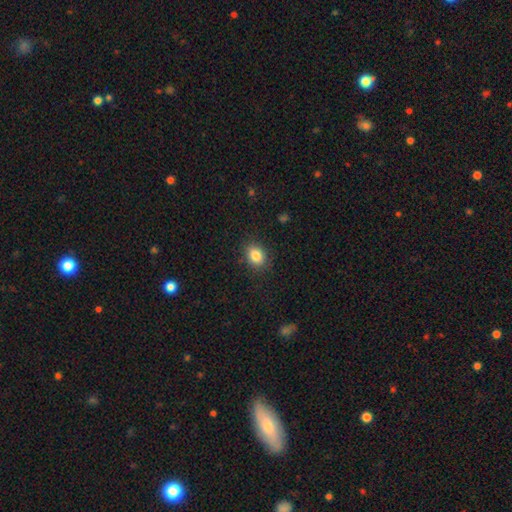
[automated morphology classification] This is clearly a smooth galaxy (84%). How rounded: likely in between (64%). Merging: clearly none (86%).